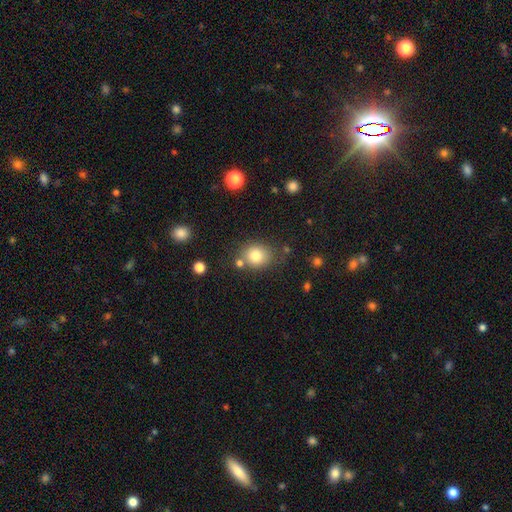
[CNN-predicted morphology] The model was most divided on "how rounded": round: 67%, in between: 32%, cigar-shaped: 1%. More confident: smooth or featured — smooth (81%); merging — none (71%).